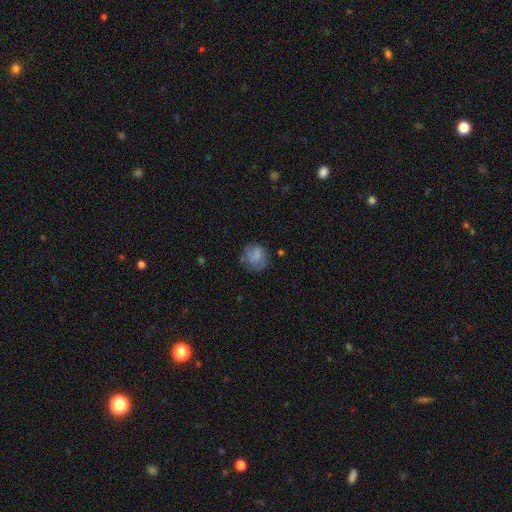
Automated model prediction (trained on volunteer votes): smooth_or_featured: smooth (p=0.63) [alt: featured or disk p=0.27]
how_rounded: round (p=0.73) [alt: in between p=0.26]
merging: none (p=0.61) [alt: minor disturbance p=0.23]